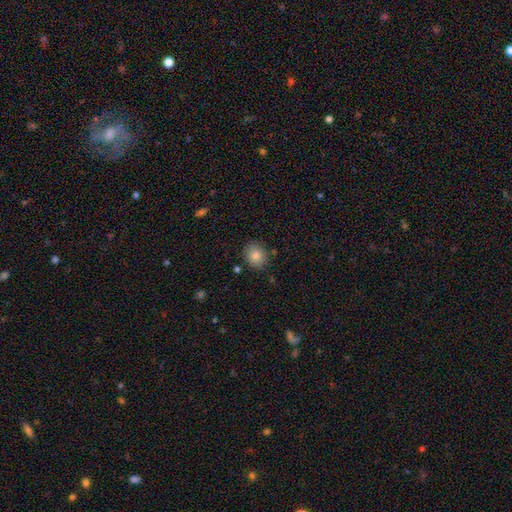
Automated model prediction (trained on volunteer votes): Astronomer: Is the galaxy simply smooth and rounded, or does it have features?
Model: smooth — 83%.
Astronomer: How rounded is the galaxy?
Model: round — 67%.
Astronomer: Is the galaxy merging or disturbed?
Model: none — 85%.